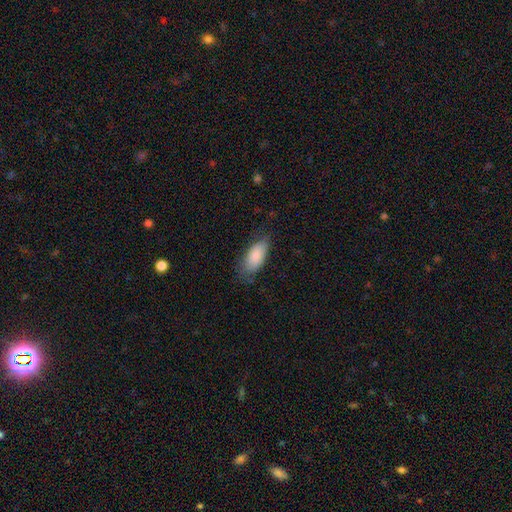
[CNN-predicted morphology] Smooth or featured?
  - smooth: 85% *
  - featured or disk: 9%
  - star or artifact: 6%
How rounded?
  - in between: 87% *
  - cigar-shaped: 11%
  - round: 2%
Merging?
  - none: 68% *
  - minor disturbance: 25%
  - major disturbance: 6%
  - merger: 1%